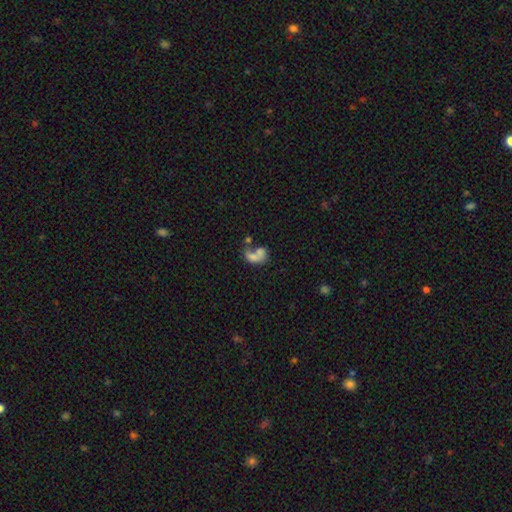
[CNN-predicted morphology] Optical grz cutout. It shows a smooth galaxy with no disk features (60%) that is in between round and cigar-shaped (77%). Merging: merger (60%).